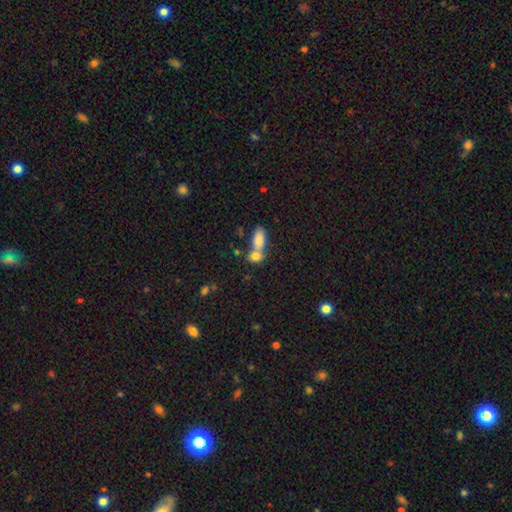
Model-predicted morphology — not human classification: Q: Smooth or featured?
A: smooth (80%); runner-up: featured or disk (11%)
Q: How rounded?
A: in between (76%); runner-up: round (17%)
Q: Merging?
A: merger (61%); runner-up: none (28%)